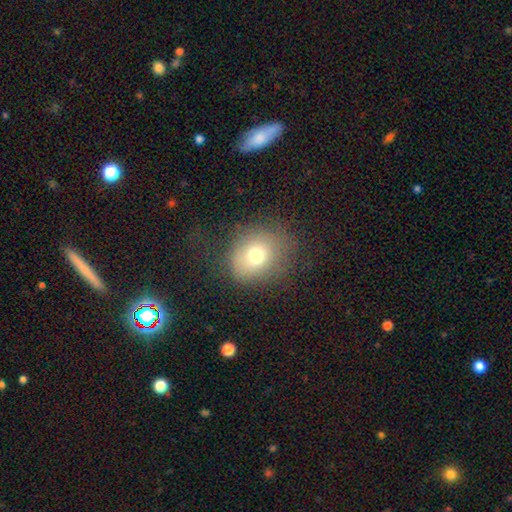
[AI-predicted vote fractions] Smooth or featured: smooth — 72% (featured or disk — 15%)
How rounded: round — 62% (in between — 37%)
Merging: none — 70% (minor disturbance — 17%)